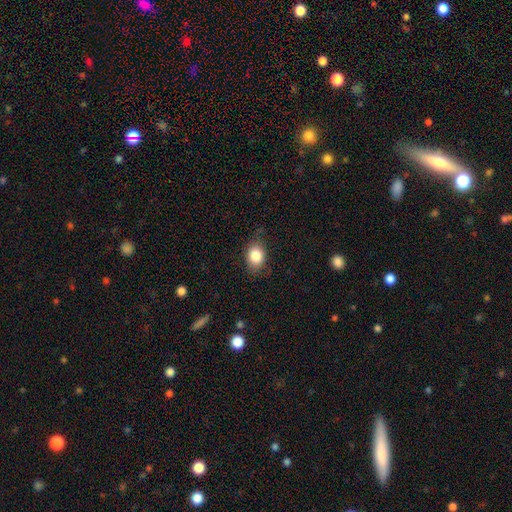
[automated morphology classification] This appears to be a smooth galaxy with no disk features (85%) that is in between round and cigar-shaped (64%). Merging: none (78%).